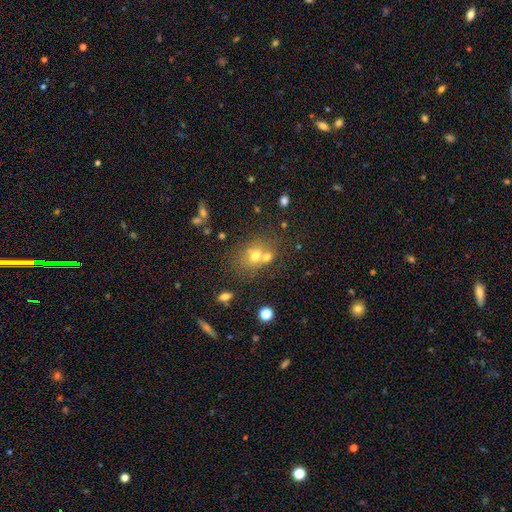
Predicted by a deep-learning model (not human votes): smooth 66%, featured or disk 19%, star or artifact 16%. Down the decision tree: how rounded — round (57%); merging — none (43%).